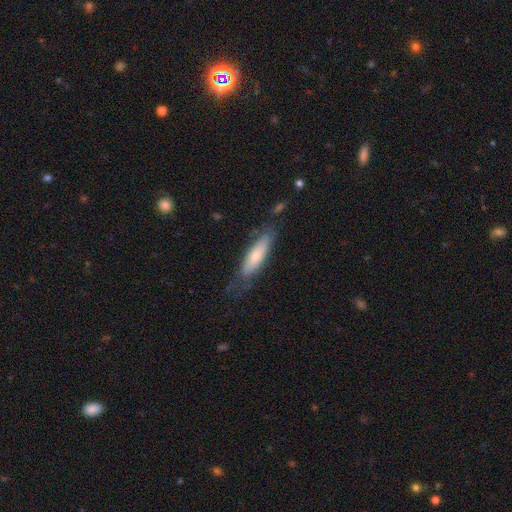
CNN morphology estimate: Smooth or featured: smooth — 57% (featured or disk — 36%)
How rounded: cigar-shaped — 66% (in between — 33%)
Merging: none — 65% (minor disturbance — 23%)